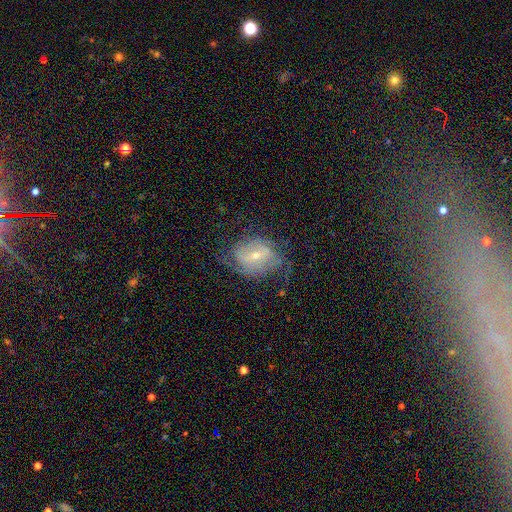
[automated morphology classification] A featured or disk galaxy (72%) with a weak bar (47%), 2 (47%) medium (38%) spiral arms (80%) and a small central bulge (56%).

Vote fractions:
- Smooth or featured? featured or disk: 72% / smooth: 20% / star or artifact: 8%
- Edge-on disk? no: 96% / yes: 4%
- Bar? weak: 47% / no: 30% / strong: 22%
- Spiral arms? yes: 80% / no: 20%
- Spiral winding? medium: 38% / tight: 33% / loose: 28%
- Spiral arm count? 2: 47% / can't tell: 33% / 3: 8% / 1: 6% / 4: 3% / more than 4: 3%
- Bulge size? small: 56% / moderate: 40% / large: 2% / none: 1% / dominant: 1%
- Merging? none: 56% / minor disturbance: 24% / major disturbance: 19% / merger: 1%